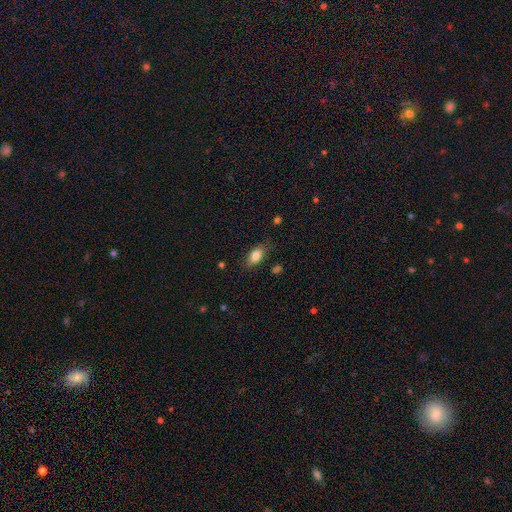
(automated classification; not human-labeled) Morphology: type=smooth (83%); roundness=in between (88%); merging=none (80%).